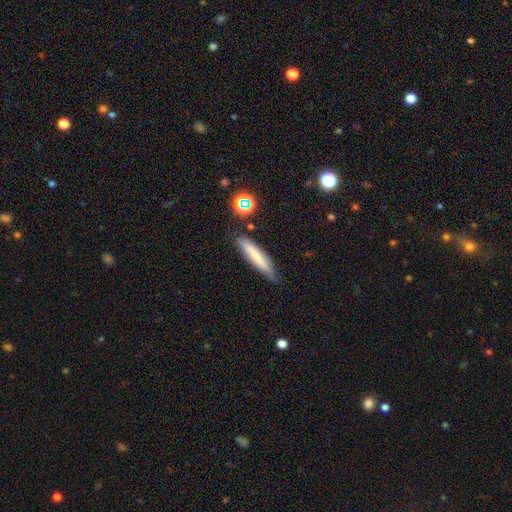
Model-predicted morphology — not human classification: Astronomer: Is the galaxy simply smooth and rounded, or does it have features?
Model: smooth — 62%.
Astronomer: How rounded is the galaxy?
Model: cigar-shaped — 86%.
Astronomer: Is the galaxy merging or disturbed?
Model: none — 76%.